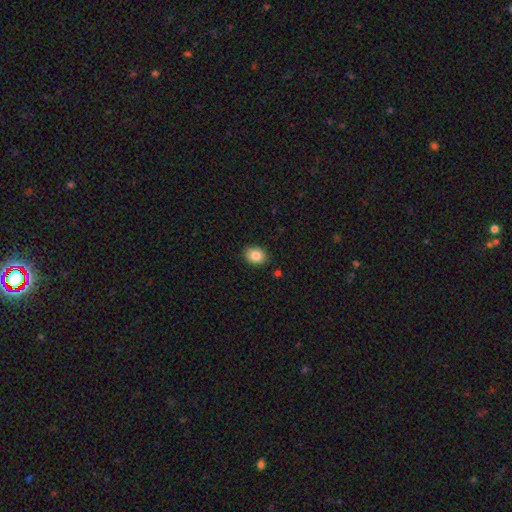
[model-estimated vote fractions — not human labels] Smooth or featured?
  - smooth: 85% *
  - star or artifact: 9%
  - featured or disk: 6%
How rounded?
  - in between: 51% *
  - round: 48%
  - cigar-shaped: 1%
Merging?
  - none: 88% *
  - minor disturbance: 8%
  - major disturbance: 2%
  - merger: 1%